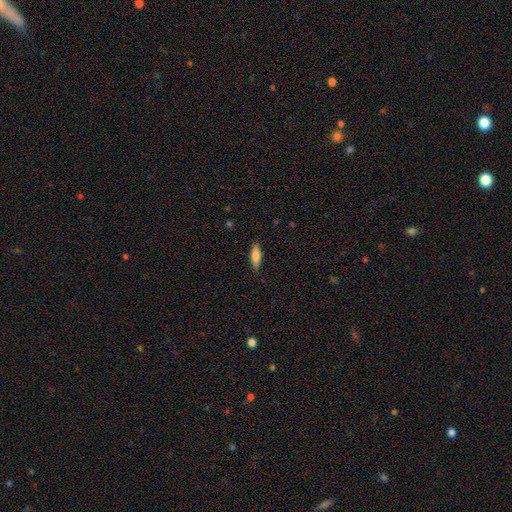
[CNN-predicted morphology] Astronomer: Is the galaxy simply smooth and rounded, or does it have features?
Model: smooth — 77%.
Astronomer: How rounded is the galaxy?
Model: cigar-shaped — 51% (runner-up: in between, 47%).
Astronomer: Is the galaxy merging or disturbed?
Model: none — 85%.